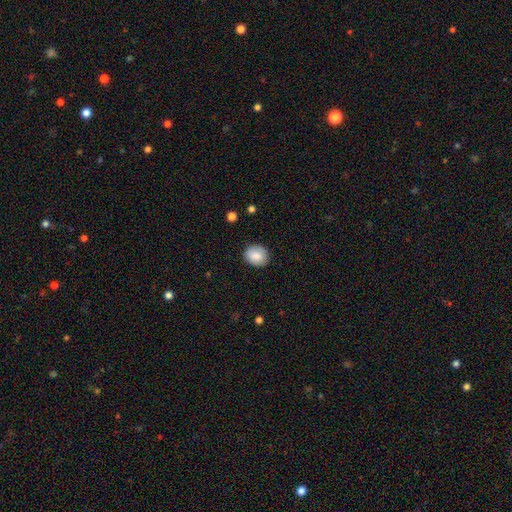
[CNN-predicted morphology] Smooth or featured? smooth (86%)
How rounded? round (73%)
Merging? none (88%)